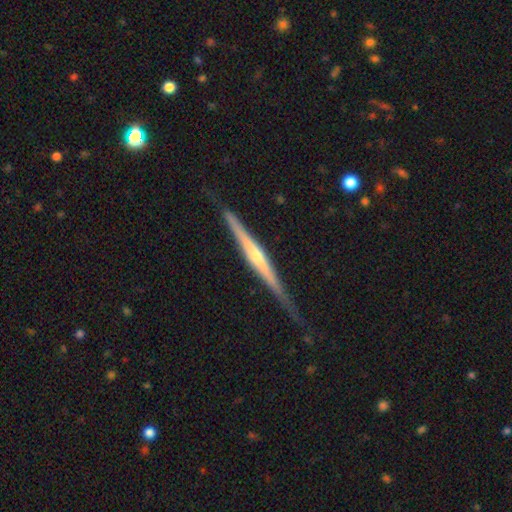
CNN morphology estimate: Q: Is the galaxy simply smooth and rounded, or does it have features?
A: featured or disk — 81%.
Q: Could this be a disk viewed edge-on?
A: yes — 98%.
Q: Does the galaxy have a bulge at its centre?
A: rounded — 70%.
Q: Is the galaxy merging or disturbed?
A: none — 80%.